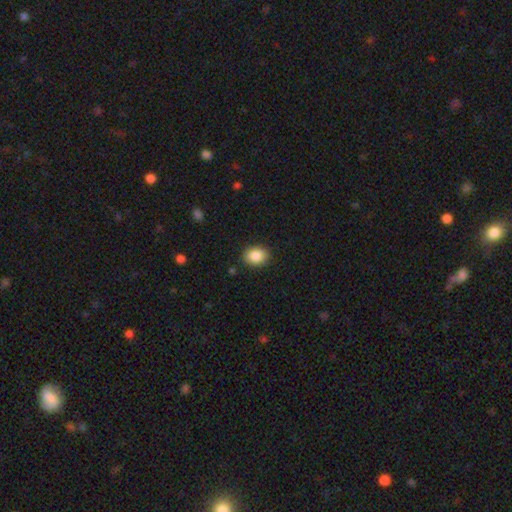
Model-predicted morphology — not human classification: The model was most divided on "how rounded": in between: 57%, round: 42%, cigar-shaped: 1%. More confident: merging — none (88%); smooth or featured — smooth (87%).